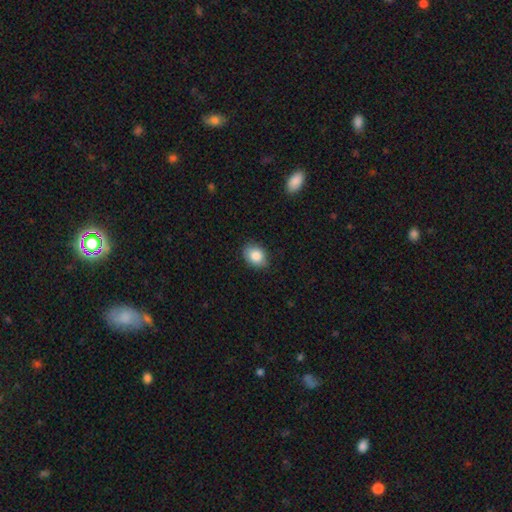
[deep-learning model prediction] This is clearly a smooth galaxy (85%). How rounded: likely in between (67%). Merging: clearly none (83%).